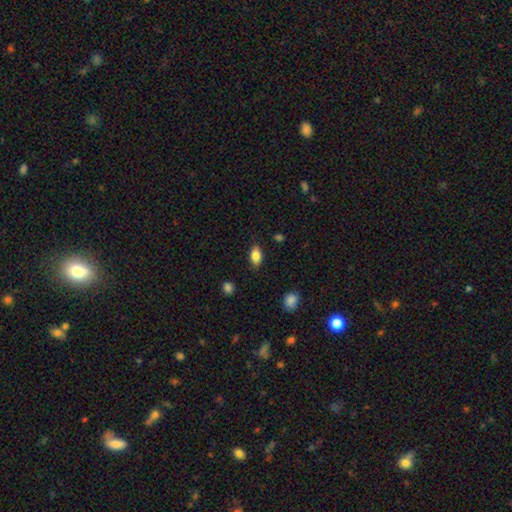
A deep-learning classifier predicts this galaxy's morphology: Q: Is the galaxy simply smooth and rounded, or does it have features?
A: smooth — 83%.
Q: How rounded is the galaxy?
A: in between — 89%.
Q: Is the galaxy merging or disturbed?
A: none — 85%.